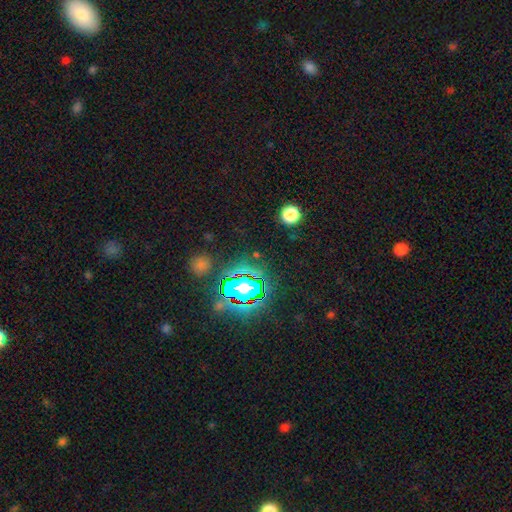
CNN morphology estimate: star or artifact 71%, smooth 20%, featured or disk 9%.